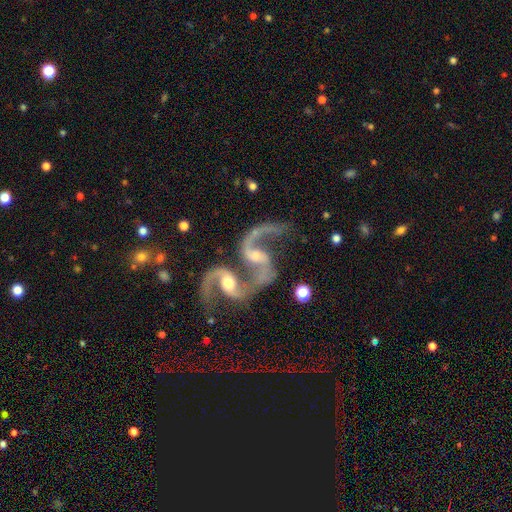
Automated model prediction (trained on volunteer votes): smooth_or_featured: featured or disk (p=0.88) [alt: star or artifact p=0.07]
disk_edge_on: no (p=0.97) [alt: yes p=0.03]
bar: weak (p=0.40) [alt: no p=0.38]
has_spiral_arms: yes (p=0.95) [alt: no p=0.05]
spiral_winding: loose (p=0.67) [alt: medium p=0.28]
spiral_arm_count: 2 (p=0.86) [alt: 1 p=0.08]
bulge_size: moderate (p=0.49) [alt: small p=0.39]
merging: merger (p=0.65) [alt: none p=0.20]